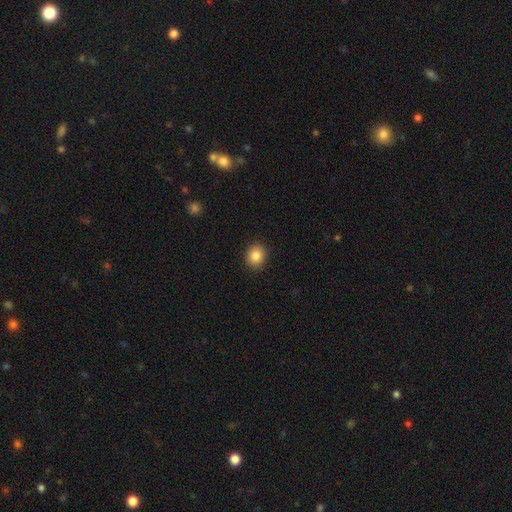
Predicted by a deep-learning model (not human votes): This is clearly a smooth galaxy (85%). How rounded: likely round (75%). Merging: clearly none (92%).